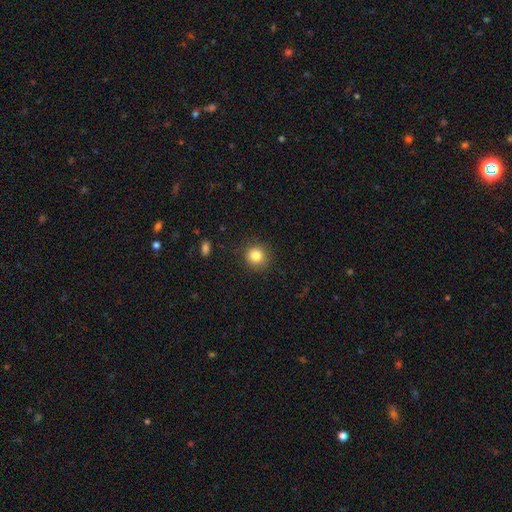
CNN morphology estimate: Smooth or featured? Predicted: smooth (p=0.83). How rounded? Predicted: round (p=0.91). Merging? Predicted: none (p=0.88).